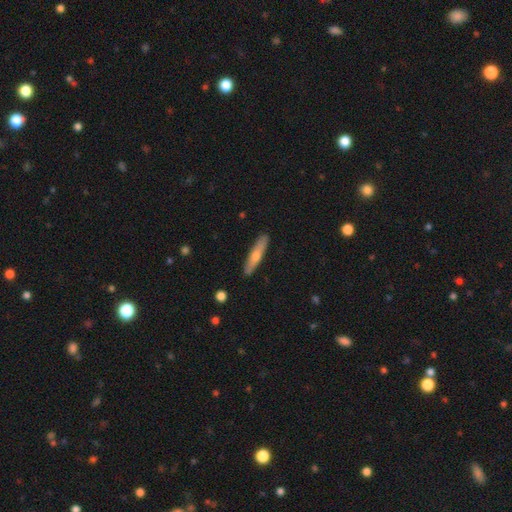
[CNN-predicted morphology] smooth-or-featured: smooth: 56% | featured or disk: 39% | star or artifact: 6%
  how-rounded: cigar-shaped: 88% | in between: 11% | round: 2%
  merging: none: 90% | minor disturbance: 8% | major disturbance: 1% | merger: 1%